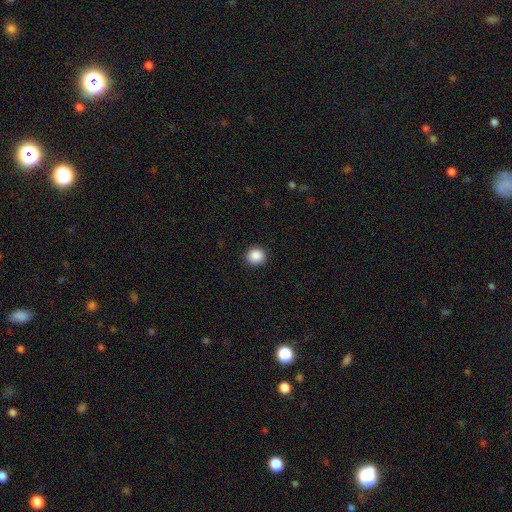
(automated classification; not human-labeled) Smooth or featured?
  - smooth: 88% *
  - star or artifact: 9%
  - featured or disk: 3%
How rounded?
  - round: 91% *
  - in between: 8%
  - cigar-shaped: 1%
Merging?
  - none: 91% *
  - minor disturbance: 6%
  - major disturbance: 2%
  - merger: 1%